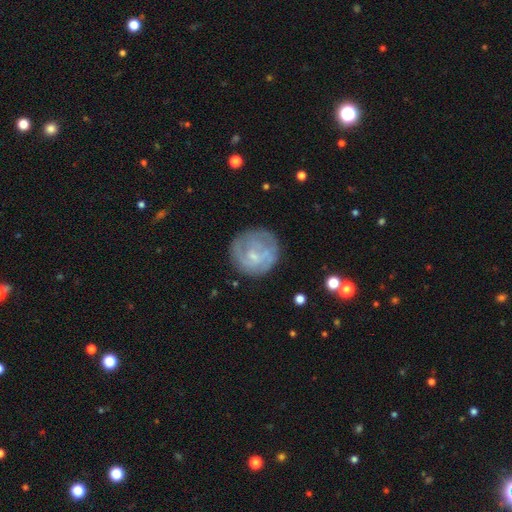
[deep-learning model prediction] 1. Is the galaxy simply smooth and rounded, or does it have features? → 61% featured or disk, 31% smooth, 8% star or artifact.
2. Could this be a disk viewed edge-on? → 98% no, 2% yes.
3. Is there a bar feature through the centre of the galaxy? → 57% no, 37% weak, 7% strong.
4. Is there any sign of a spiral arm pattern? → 69% yes, 31% no.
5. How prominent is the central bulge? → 68% small, 18% moderate, 12% none, 1% large, 1% dominant.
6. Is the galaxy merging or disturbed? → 71% none, 18% minor disturbance, 9% major disturbance, 2% merger.